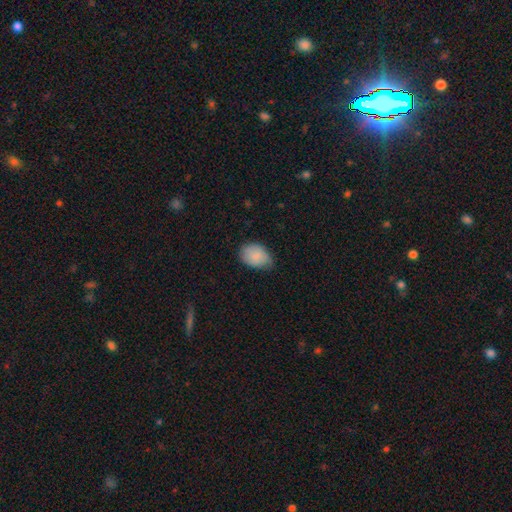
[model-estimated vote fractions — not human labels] Smooth or featured: smooth — 86% (featured or disk — 8%)
How rounded: in between — 80% (round — 19%)
Merging: none — 59% (minor disturbance — 35%)